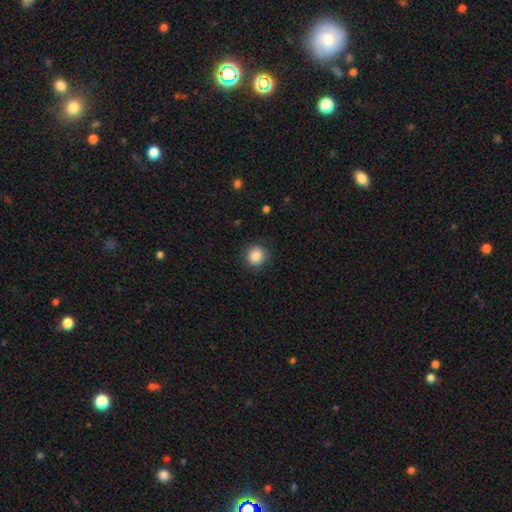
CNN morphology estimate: Q: Smooth or featured?
A: smooth (88%); runner-up: star or artifact (9%)
Q: How rounded?
A: round (90%); runner-up: in between (9%)
Q: Merging?
A: none (89%); runner-up: minor disturbance (8%)